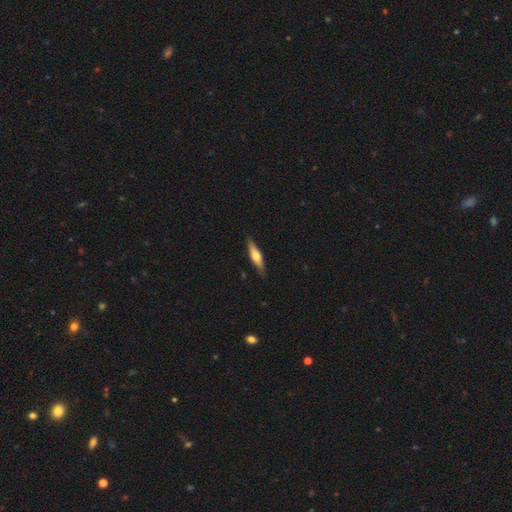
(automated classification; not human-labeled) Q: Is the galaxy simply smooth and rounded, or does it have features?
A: featured or disk — 51%.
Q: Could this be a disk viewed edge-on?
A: yes — 93%.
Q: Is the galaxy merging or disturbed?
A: none — 88%.